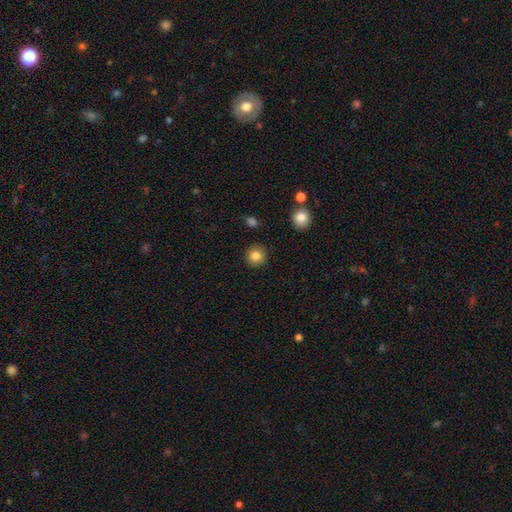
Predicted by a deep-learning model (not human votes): Overall: smooth (84%). How rounded: round (93%). Merging: none (90%).